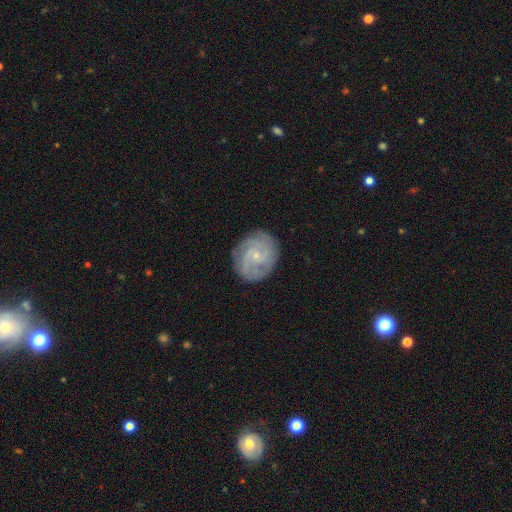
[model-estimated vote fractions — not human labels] smooth-or-featured: featured or disk: 78% | smooth: 15% | star or artifact: 7%
  disk-edge-on: no: 98% | yes: 2%
    bar: no: 68% | weak: 28% | strong: 4%
    has-spiral-arms: yes: 94% | no: 6%
      spiral-winding: tight: 57% | medium: 34% | loose: 9%
      spiral-arm-count: can't tell: 27% | 2: 25% | 3: 23% | 4: 12% | 1: 6% | more than 4: 6%
    bulge-size: small: 83% | moderate: 13% | none: 3% | large: 1% | dominant: 1%
  merging: none: 82% | minor disturbance: 13% | major disturbance: 4% | merger: 1%